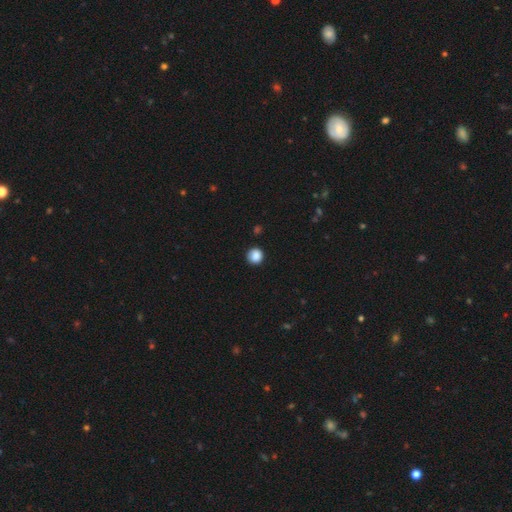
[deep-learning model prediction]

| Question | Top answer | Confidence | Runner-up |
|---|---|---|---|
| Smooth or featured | smooth | 87% | star or artifact (10%) |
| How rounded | round | 93% | in between (6%) |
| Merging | none | 89% | minor disturbance (7%) |